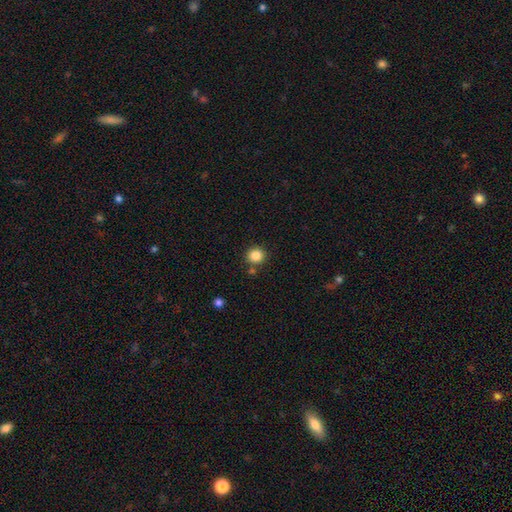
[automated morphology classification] smooth-or-featured: smooth: 84% | star or artifact: 11% | featured or disk: 5%
  how-rounded: round: 92% | in between: 7% | cigar-shaped: 1%
  merging: none: 84% | minor disturbance: 7% | merger: 6% | major disturbance: 2%